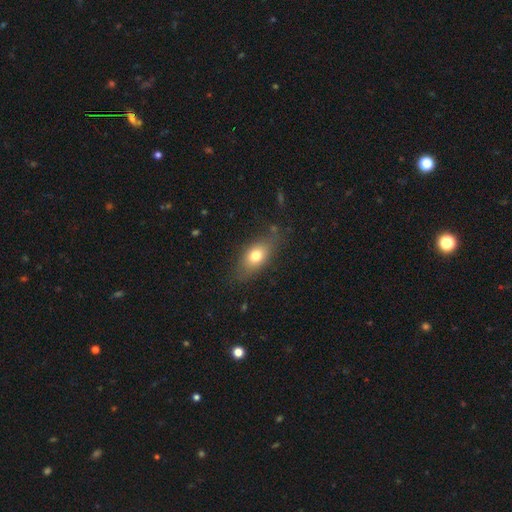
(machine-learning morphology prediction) Smooth or featured?
  - smooth: 73% *
  - featured or disk: 18%
  - star or artifact: 9%
How rounded?
  - in between: 80% *
  - round: 11%
  - cigar-shaped: 10%
Merging?
  - none: 75% *
  - minor disturbance: 18%
  - major disturbance: 6%
  - merger: 2%